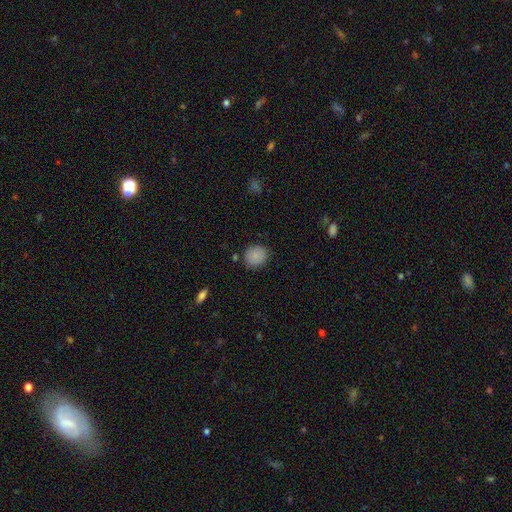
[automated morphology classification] smooth 85%, star or artifact 9%, featured or disk 7%. Down the decision tree: how rounded — round (82%); merging — none (83%).